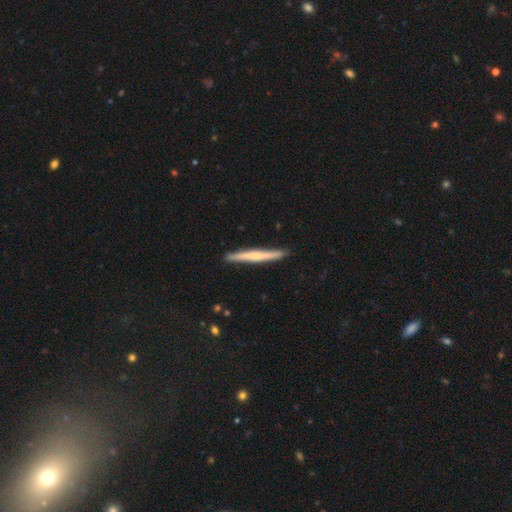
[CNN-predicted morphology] The model was most divided on "smooth or featured": smooth: 49%, featured or disk: 45%, star or artifact: 5%. More confident: merging — none (91%).